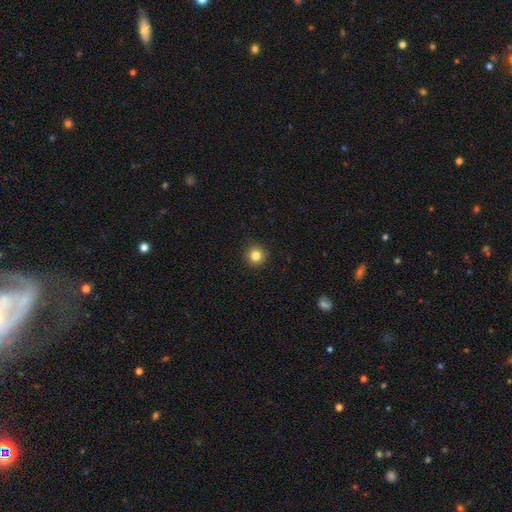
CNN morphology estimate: Smooth or featured: smooth — 83% (star or artifact — 12%)
How rounded: round — 95% (in between — 4%)
Merging: none — 92% (minor disturbance — 5%)